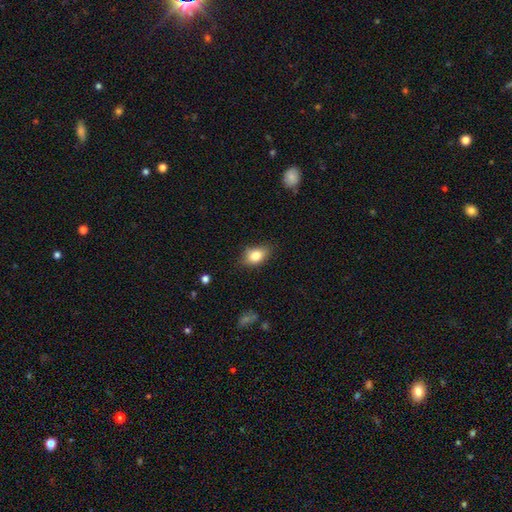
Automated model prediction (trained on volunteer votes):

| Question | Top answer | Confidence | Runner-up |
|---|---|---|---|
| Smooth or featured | smooth | 81% | featured or disk (10%) |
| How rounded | in between | 80% | round (18%) |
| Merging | none | 75% | minor disturbance (20%) |